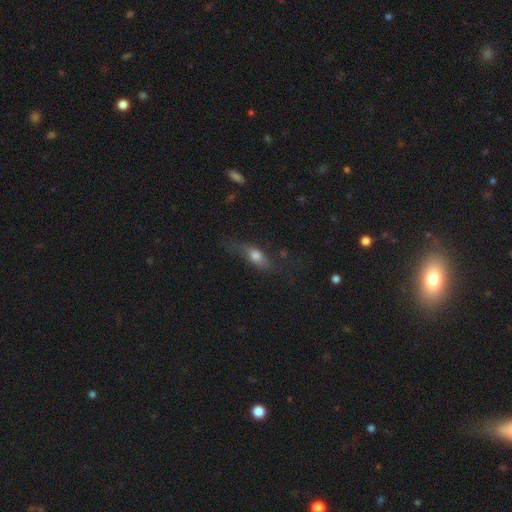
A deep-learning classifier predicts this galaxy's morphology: smooth_or_featured: smooth (p=0.62) [alt: featured or disk p=0.29]
how_rounded: in between (p=0.60) [alt: cigar-shaped p=0.34]
merging: none (p=0.55) [alt: minor disturbance p=0.27]